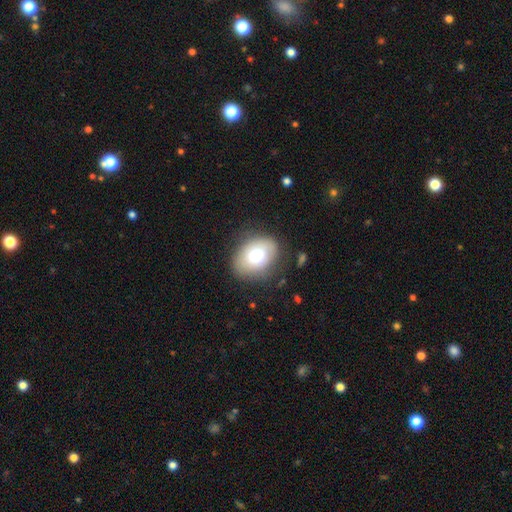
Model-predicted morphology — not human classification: Smooth or featured? Predicted: smooth (p=0.74). How rounded? Predicted: in between (p=0.66). Merging? Predicted: none (p=0.80).